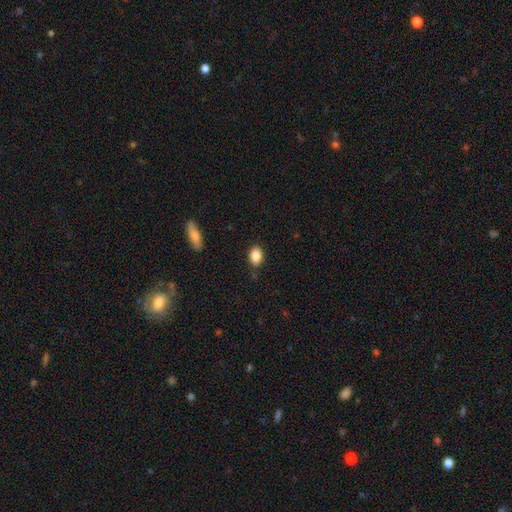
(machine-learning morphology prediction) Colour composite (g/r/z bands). It shows a smooth galaxy with no disk features (87%) that is in between round and cigar-shaped (80%). Merging: none (83%).